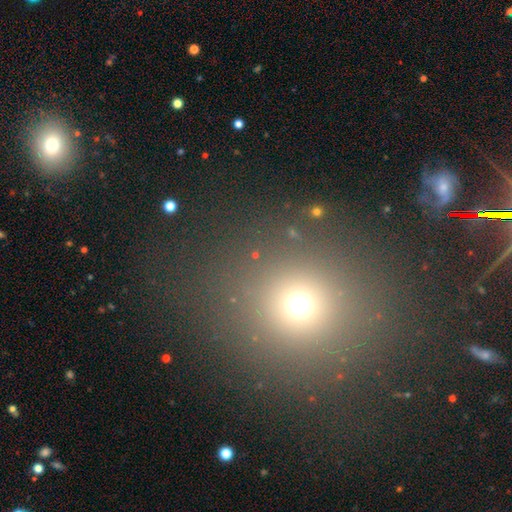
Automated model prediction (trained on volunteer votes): Smooth or featured? smooth (62%)
How rounded? round (88%)
Merging? none (83%)